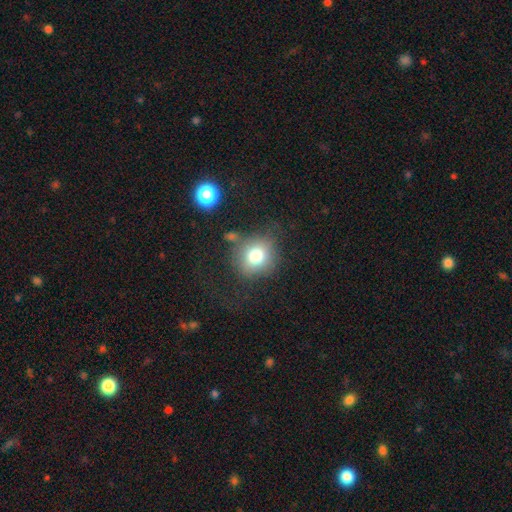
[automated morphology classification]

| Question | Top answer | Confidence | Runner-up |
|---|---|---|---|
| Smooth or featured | smooth | 75% | featured or disk (12%) |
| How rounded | round | 84% | in between (15%) |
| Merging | none | 70% | minor disturbance (16%) |